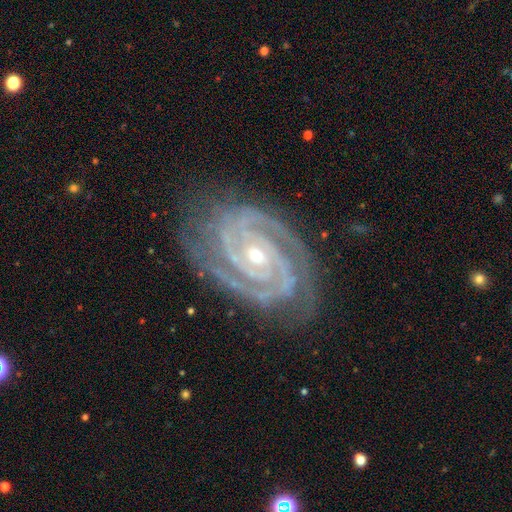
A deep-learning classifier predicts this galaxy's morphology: The model was most divided on "bulge size": small: 61%, moderate: 36%, large: 1%, none: 1%, dominant: 1%. More confident: spiral arms — yes (99%); edge-on disk — no (98%); smooth or featured — featured or disk (94%); spiral winding — tight (83%); merging — none (80%); spiral arm count — 2 (58%); bar — no (56%).